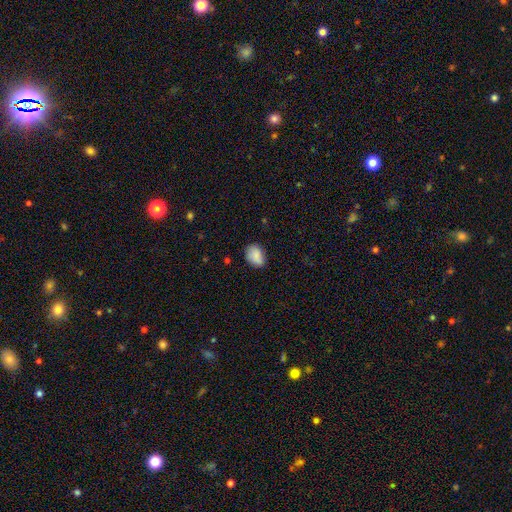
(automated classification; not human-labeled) Morphology: type=smooth (86%); roundness=in between (75%); merging=none (71%).